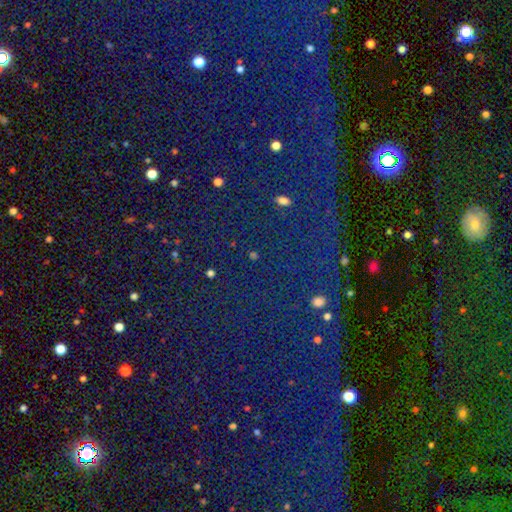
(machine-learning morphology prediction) Smooth or featured?
  - star or artifact: 83% *
  - smooth: 9%
  - featured or disk: 8%